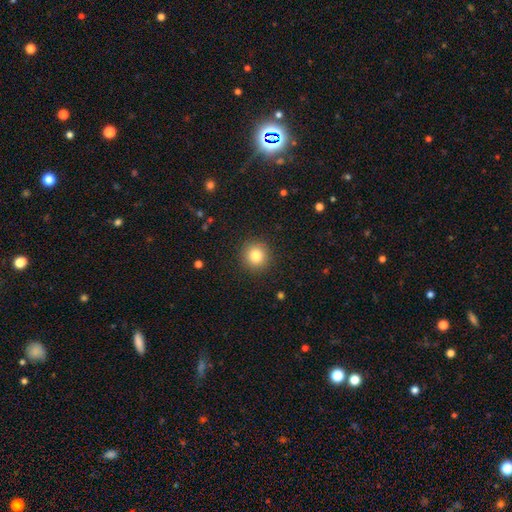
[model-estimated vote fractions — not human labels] A smooth galaxy with no disk features (82%) that is round (94%).

Vote fractions:
- Smooth or featured? smooth: 82% / star or artifact: 11% / featured or disk: 7%
- How rounded? round: 94% / in between: 5% / cigar-shaped: 1%
- Merging? none: 91% / minor disturbance: 6% / major disturbance: 2% / merger: 1%